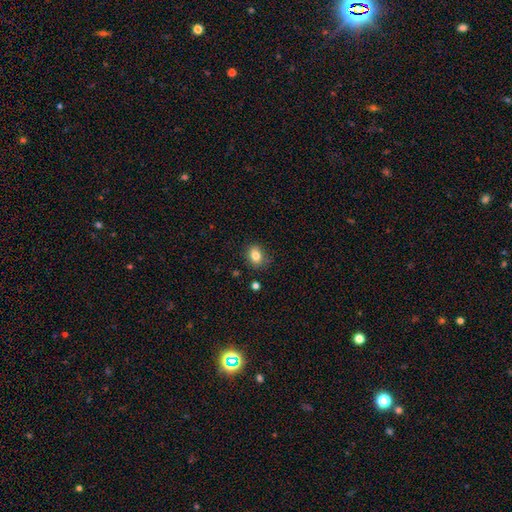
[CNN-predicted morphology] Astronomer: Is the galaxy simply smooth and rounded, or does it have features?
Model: smooth — 81%.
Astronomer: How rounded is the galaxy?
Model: in between — 56% (runner-up: round, 43%).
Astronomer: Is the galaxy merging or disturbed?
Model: none — 80%.